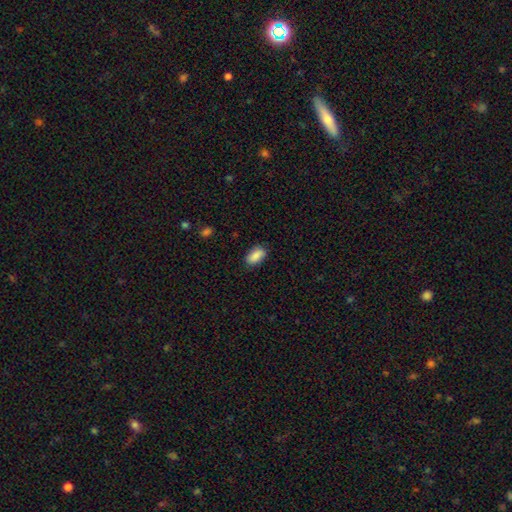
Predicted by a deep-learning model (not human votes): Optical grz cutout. It shows a smooth galaxy with no disk features (89%) that is in between round and cigar-shaped (92%). Merging: none (85%).